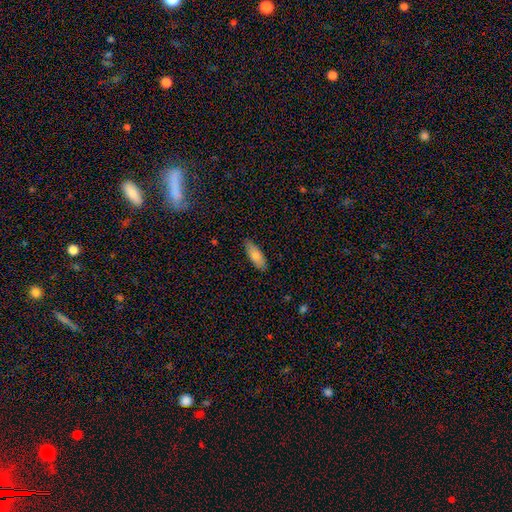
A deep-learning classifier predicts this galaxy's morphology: Overall: smooth (80%). How rounded: in between (73%). Merging: none (85%).